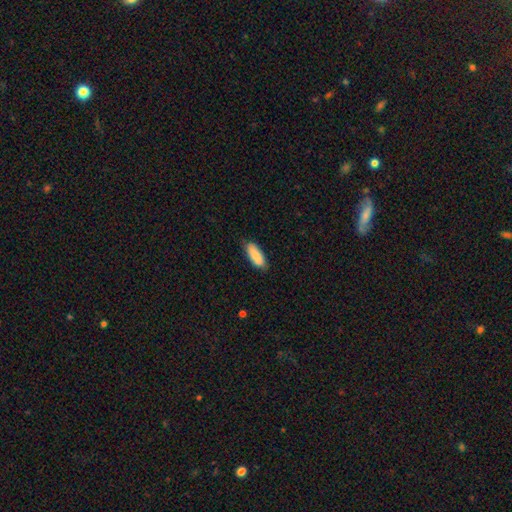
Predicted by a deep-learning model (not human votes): Smooth or featured? Predicted: smooth (p=0.86). How rounded? Predicted: in between (p=0.67). Merging? Predicted: none (p=0.83).